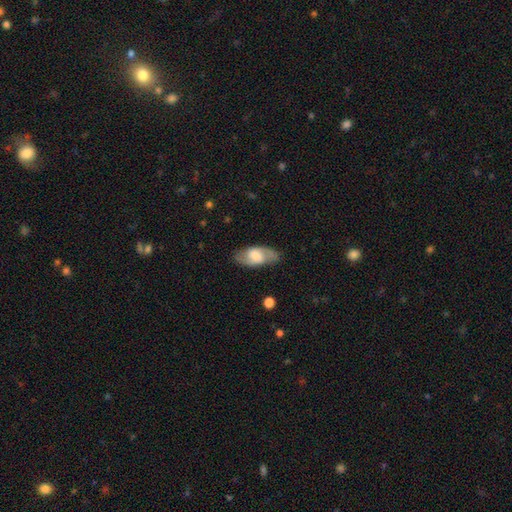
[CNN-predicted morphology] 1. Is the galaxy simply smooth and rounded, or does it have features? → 50% featured or disk, 44% smooth, 6% star or artifact.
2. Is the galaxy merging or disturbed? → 80% none, 14% minor disturbance, 5% major disturbance, 1% merger.